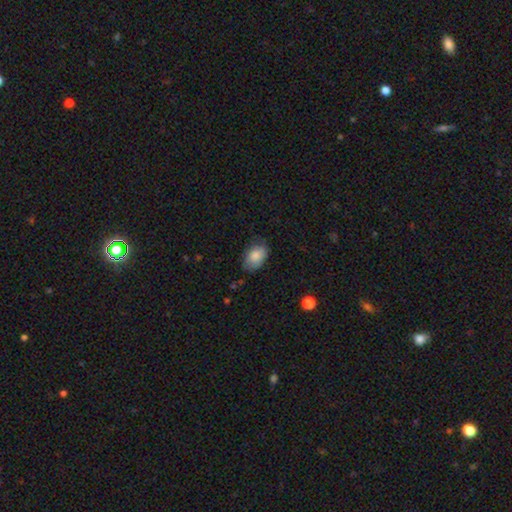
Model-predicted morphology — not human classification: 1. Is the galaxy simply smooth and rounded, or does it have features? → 84% smooth, 9% featured or disk, 7% star or artifact.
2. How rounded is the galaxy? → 88% in between, 10% round, 1% cigar-shaped.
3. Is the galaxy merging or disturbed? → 68% none, 26% minor disturbance, 5% major disturbance, 1% merger.